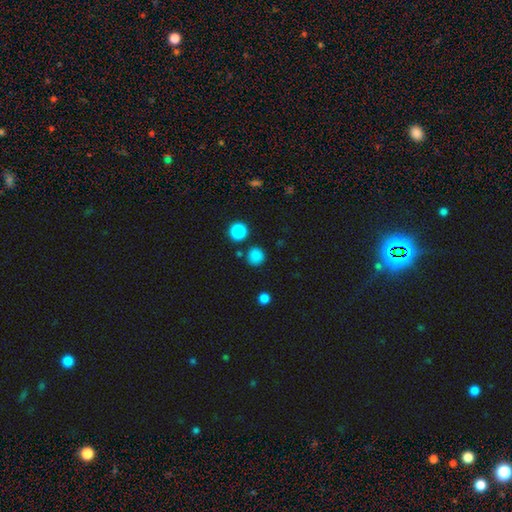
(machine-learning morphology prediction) A smooth galaxy with no disk features (83%) that is round (91%). Merging: none (82%).